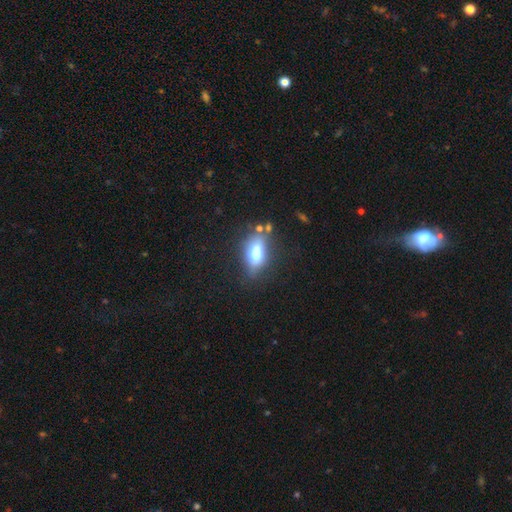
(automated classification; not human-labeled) Smooth or featured: smooth — 70% (featured or disk — 20%)
How rounded: in between — 83% (cigar-shaped — 9%)
Merging: none — 58% (minor disturbance — 22%)